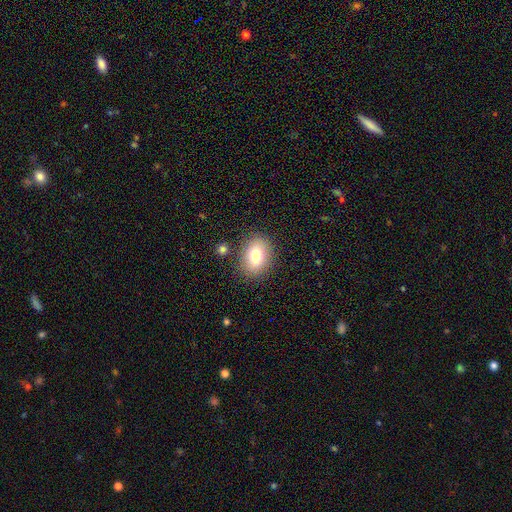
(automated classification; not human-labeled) This appears to be a smooth galaxy with no disk features (81%) that is in between round and cigar-shaped (79%). Merging: none (83%).